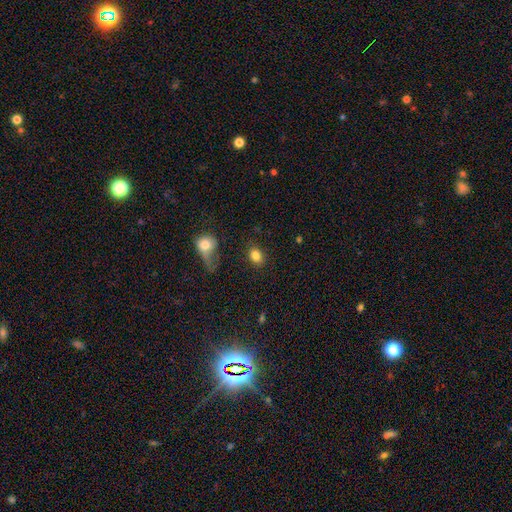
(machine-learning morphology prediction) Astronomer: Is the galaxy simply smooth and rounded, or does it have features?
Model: smooth — 84%.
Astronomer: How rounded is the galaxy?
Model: in between — 63%.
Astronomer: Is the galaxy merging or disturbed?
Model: none — 81%.